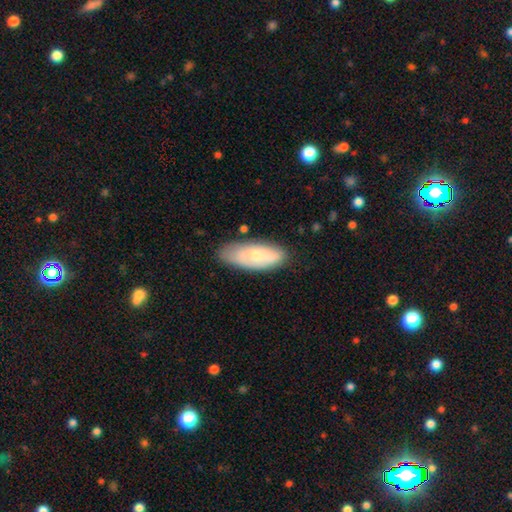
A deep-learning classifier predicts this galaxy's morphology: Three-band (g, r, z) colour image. It shows a smooth galaxy with no disk features (60%) that is in between round and cigar-shaped (80%). Merging: none (69%).